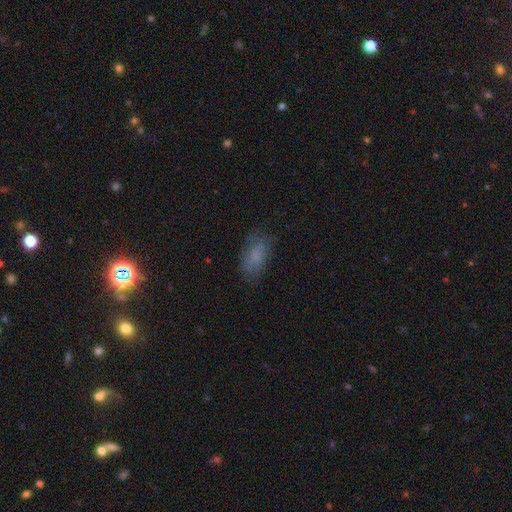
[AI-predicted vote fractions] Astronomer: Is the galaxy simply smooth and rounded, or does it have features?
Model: smooth — 75%.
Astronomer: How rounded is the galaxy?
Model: in between — 88%.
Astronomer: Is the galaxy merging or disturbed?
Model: none — 71%.